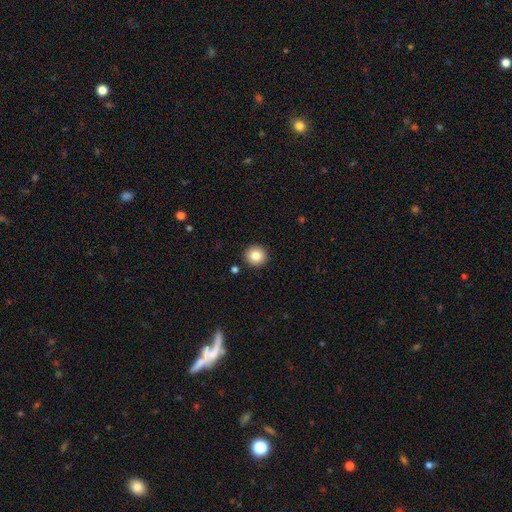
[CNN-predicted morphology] Smooth or featured? smooth (84%)
How rounded? round (93%)
Merging? none (91%)